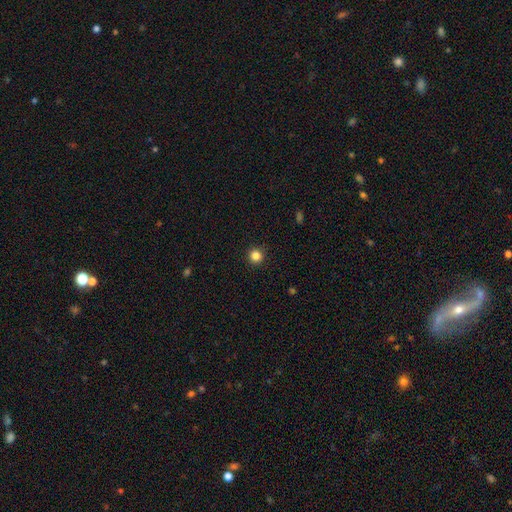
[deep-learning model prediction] smooth 84%, star or artifact 12%, featured or disk 4%. Down the decision tree: how rounded — round (95%); merging — none (93%).